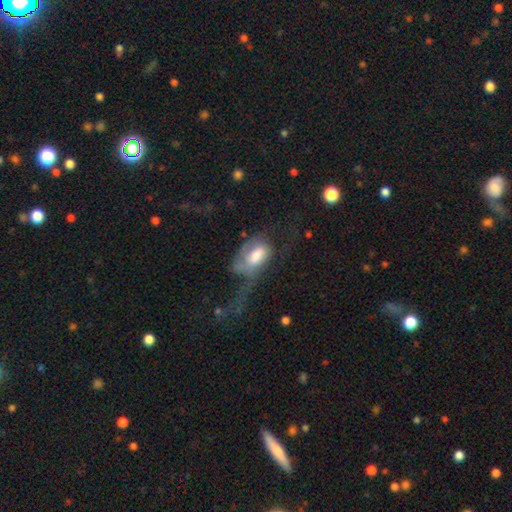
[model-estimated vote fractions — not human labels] Smooth or featured?
  - smooth: 50% *
  - featured or disk: 43%
  - star or artifact: 7%
Merging?
  - major disturbance: 62% *
  - none: 17%
  - minor disturbance: 16%
  - merger: 5%